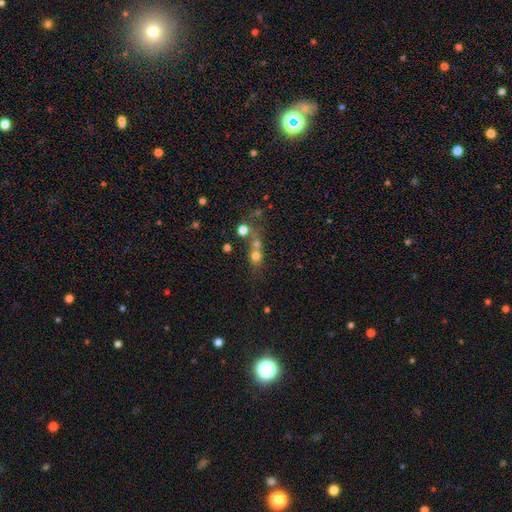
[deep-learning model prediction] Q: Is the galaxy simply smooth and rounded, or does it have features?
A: smooth — 67%.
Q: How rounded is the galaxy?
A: round — 70%.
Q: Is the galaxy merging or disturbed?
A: merger — 52%.